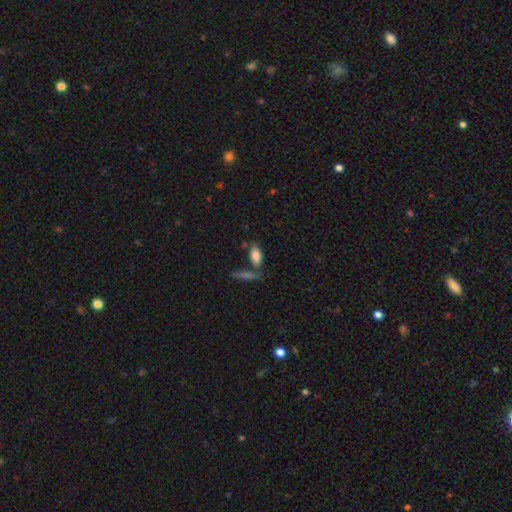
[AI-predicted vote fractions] smooth-or-featured: smooth: 81% | featured or disk: 11% | star or artifact: 8%
  how-rounded: in between: 82% | cigar-shaped: 15% | round: 3%
  merging: none: 64% | merger: 18% | minor disturbance: 13% | major disturbance: 5%